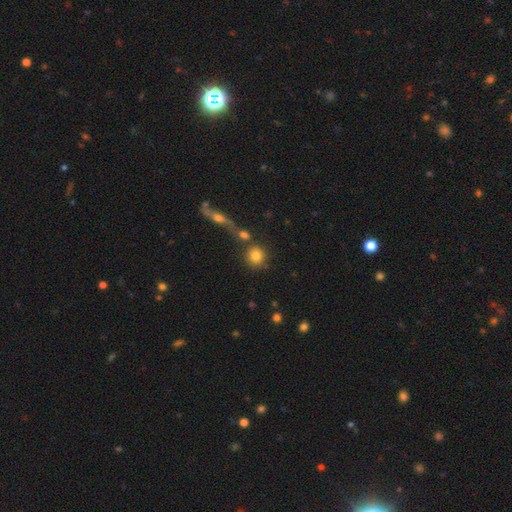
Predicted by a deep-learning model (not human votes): This appears to be a smooth galaxy with no disk features (79%) that is round (88%). Merging: none (70%).